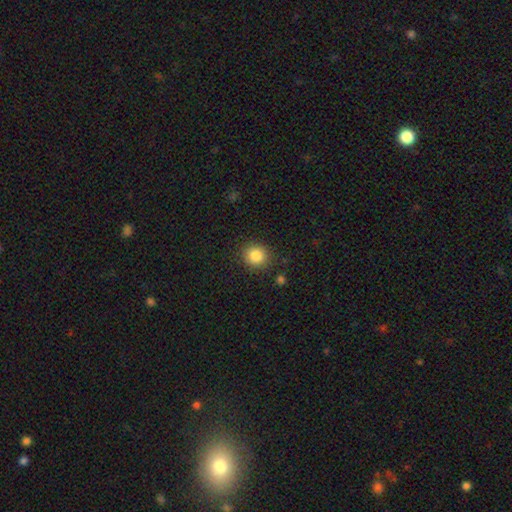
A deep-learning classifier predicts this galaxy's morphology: Smooth or featured? smooth (85%)
How rounded? round (88%)
Merging? none (89%)